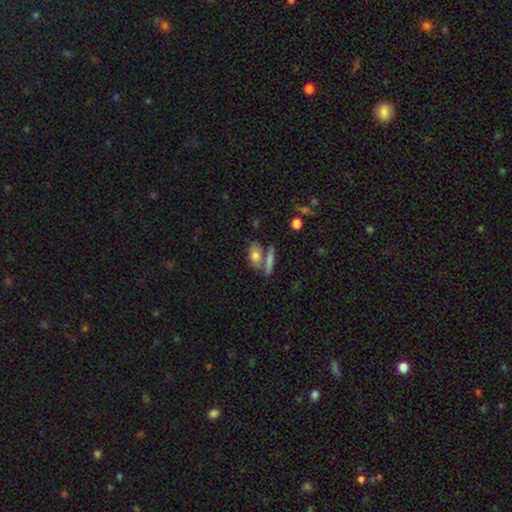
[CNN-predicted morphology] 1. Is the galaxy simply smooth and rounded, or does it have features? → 72% smooth, 19% featured or disk, 9% star or artifact.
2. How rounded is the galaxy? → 68% in between, 22% cigar-shaped, 10% round.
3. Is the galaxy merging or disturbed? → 51% none, 32% merger, 12% minor disturbance, 5% major disturbance.